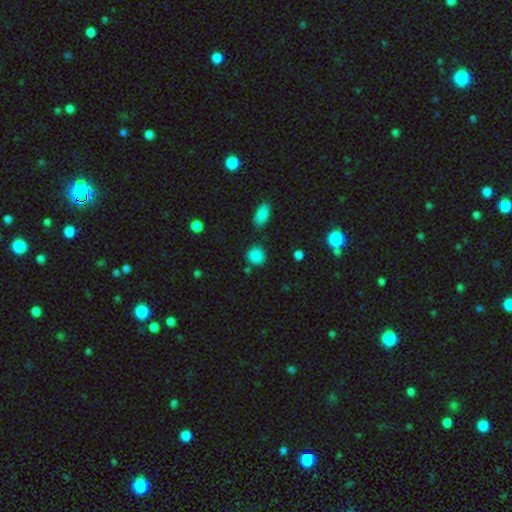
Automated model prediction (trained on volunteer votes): Smooth or featured: smooth — 85% (star or artifact — 10%)
How rounded: round — 72% (in between — 26%)
Merging: none — 73% (minor disturbance — 17%)